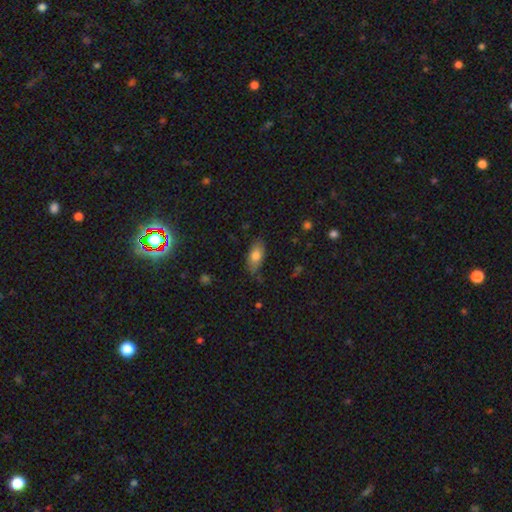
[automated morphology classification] type=smooth (77%); roundness=in between (88%); merging=none (72%).